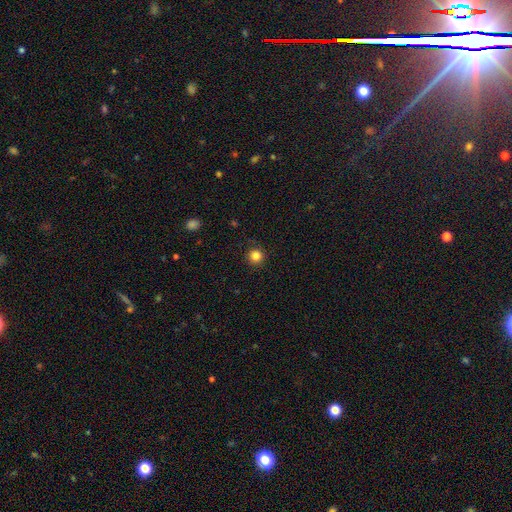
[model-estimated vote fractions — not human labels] Q: Smooth or featured?
A: smooth (83%); runner-up: star or artifact (13%)
Q: How rounded?
A: round (95%); runner-up: in between (4%)
Q: Merging?
A: none (90%); runner-up: minor disturbance (7%)